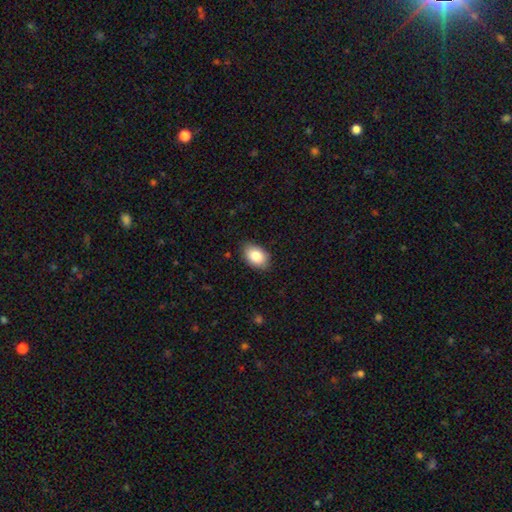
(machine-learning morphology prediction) Smooth or featured? Predicted: smooth (p=0.86). How rounded? Predicted: in between (p=0.87). Merging? Predicted: none (p=0.84).